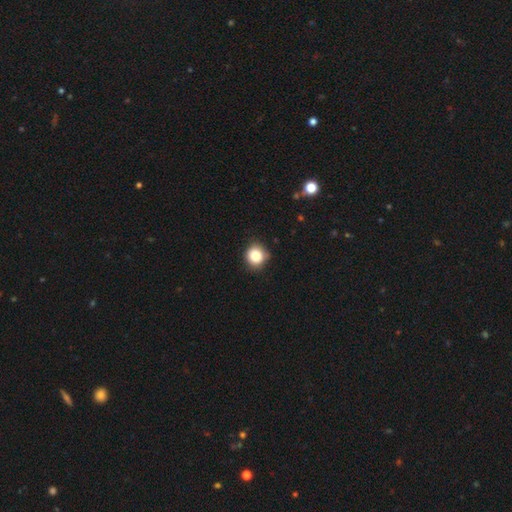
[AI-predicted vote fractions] This is clearly a smooth galaxy (85%). How rounded: clearly round (87%). Merging: clearly none (81%).